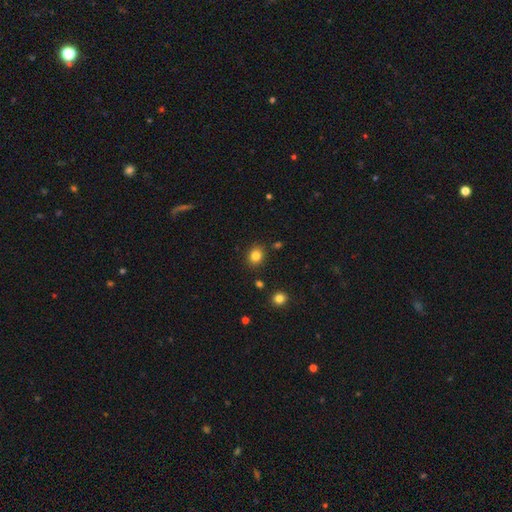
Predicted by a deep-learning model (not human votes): smooth-or-featured: smooth: 83% | star or artifact: 12% | featured or disk: 5%
  how-rounded: round: 69% | in between: 30% | cigar-shaped: 1%
  merging: none: 87% | minor disturbance: 8% | merger: 2% | major disturbance: 2%